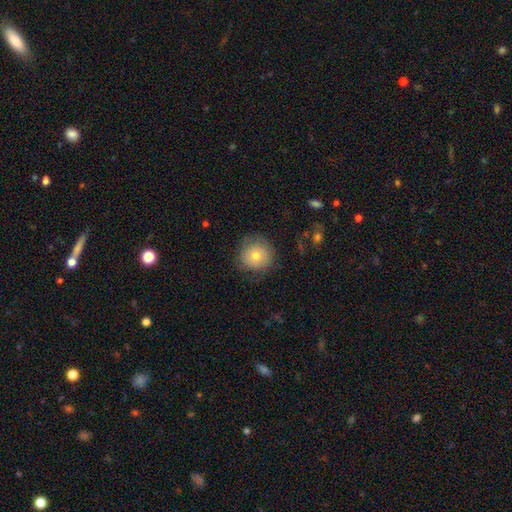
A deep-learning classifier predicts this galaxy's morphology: Smooth or featured? Predicted: smooth (p=0.75). How rounded? Predicted: round (p=0.92). Merging? Predicted: none (p=0.75).